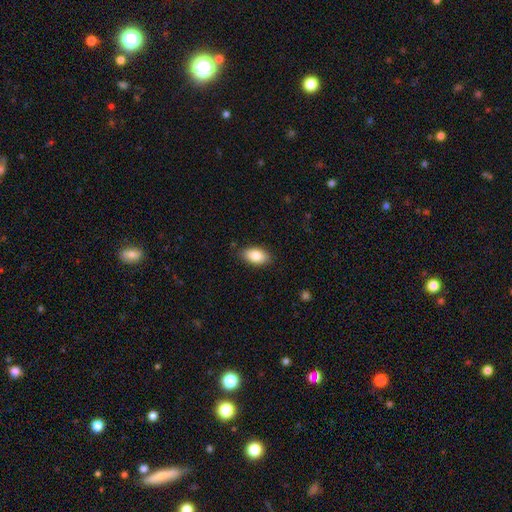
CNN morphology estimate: Smooth or featured? smooth (85%)
How rounded? in between (92%)
Merging? none (84%)